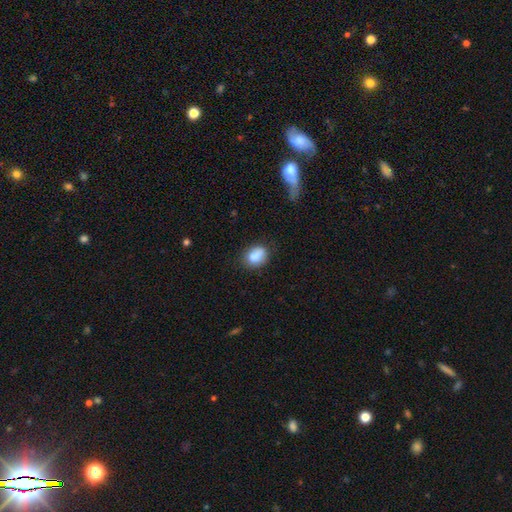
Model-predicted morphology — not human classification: A smooth galaxy with no disk features (85%) that is in between round and cigar-shaped (66%).

Vote fractions:
- Smooth or featured? smooth: 85% / star or artifact: 9% / featured or disk: 6%
- How rounded? in between: 66% / round: 33% / cigar-shaped: 1%
- Merging? none: 70% / minor disturbance: 21% / major disturbance: 5% / merger: 4%